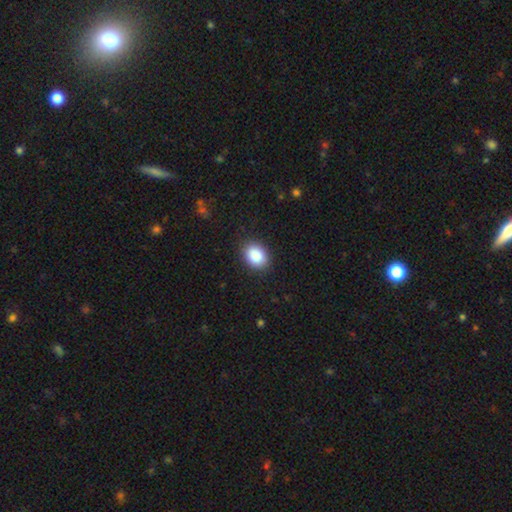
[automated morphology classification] Smooth or featured?
  - smooth: 86% *
  - star or artifact: 8%
  - featured or disk: 6%
How rounded?
  - in between: 65% *
  - round: 34%
  - cigar-shaped: 1%
Merging?
  - none: 88% *
  - minor disturbance: 9%
  - major disturbance: 2%
  - merger: 1%